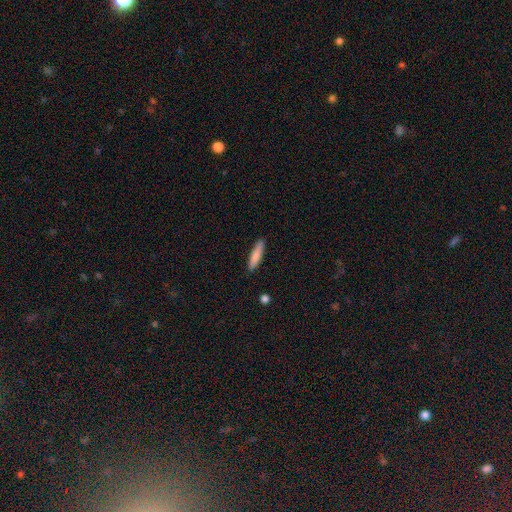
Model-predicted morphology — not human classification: Smooth or featured? smooth (82%)
How rounded? cigar-shaped (81%)
Merging? none (88%)